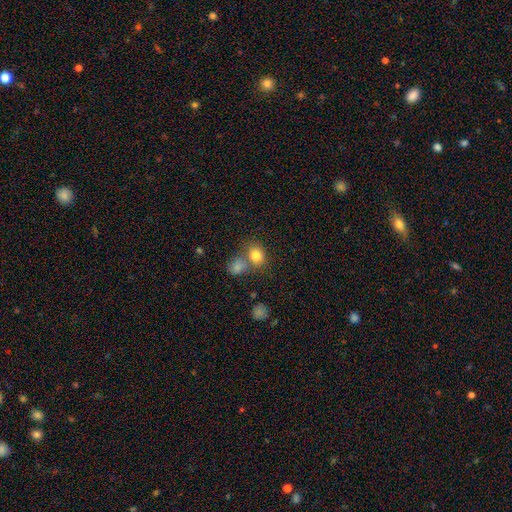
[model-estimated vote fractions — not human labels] This appears to be a smooth galaxy with no disk features (80%) that is round (68%). Merging: none (55%).